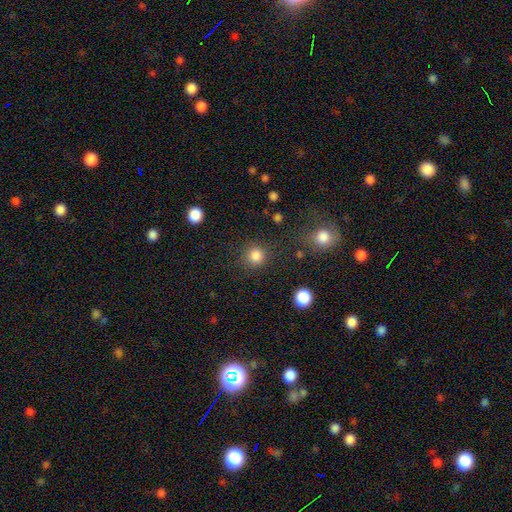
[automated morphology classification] smooth 84%, star or artifact 12%, featured or disk 4%. Down the decision tree: how rounded — round (91%); merging — none (84%).